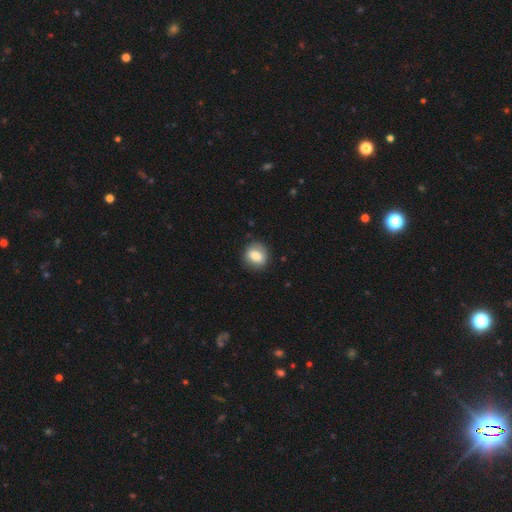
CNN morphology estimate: Smooth or featured?
  - smooth: 79% *
  - featured or disk: 13%
  - star or artifact: 8%
How rounded?
  - round: 69% *
  - in between: 29%
  - cigar-shaped: 1%
Merging?
  - none: 84% *
  - minor disturbance: 12%
  - major disturbance: 3%
  - merger: 1%